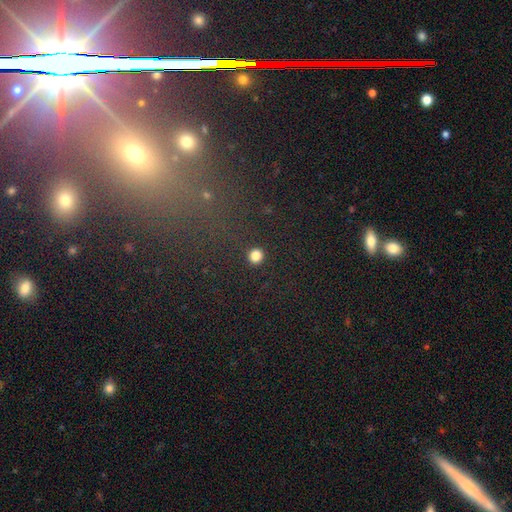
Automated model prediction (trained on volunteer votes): Morphology: type=smooth (82%); roundness=round (91%); merging=none (92%).